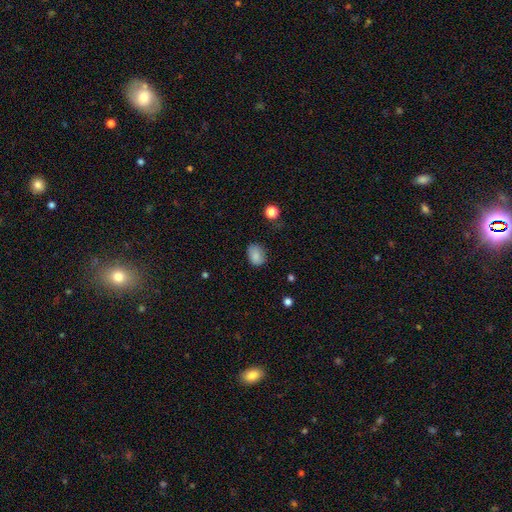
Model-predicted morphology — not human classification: Smooth or featured: smooth — 85% (star or artifact — 9%)
How rounded: in between — 69% (round — 30%)
Merging: none — 71% (minor disturbance — 23%)